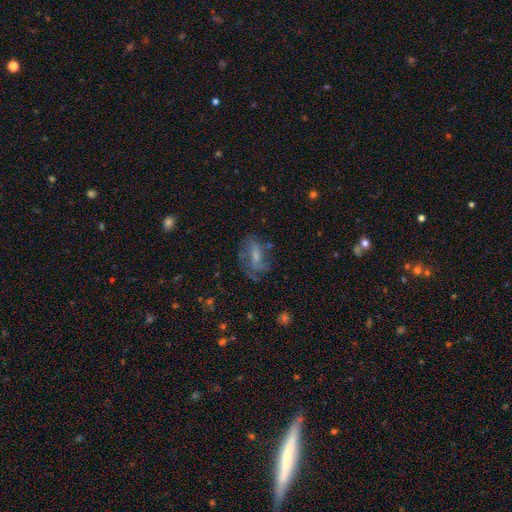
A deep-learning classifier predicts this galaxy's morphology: This is possibly a featured or disk galaxy (50%). Merging: possibly none (54%).